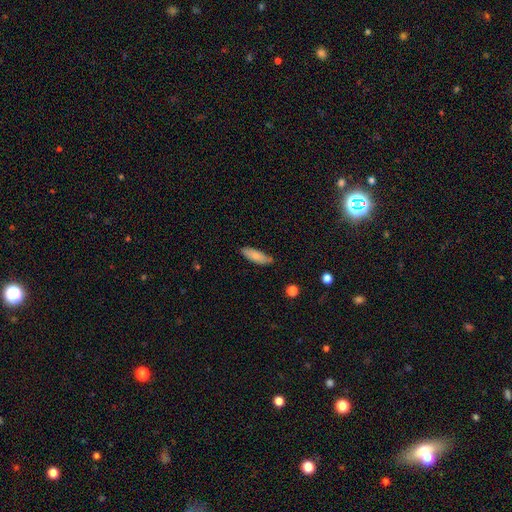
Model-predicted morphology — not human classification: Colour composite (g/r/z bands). It shows a smooth galaxy with no disk features (82%) that is in between round and cigar-shaped (56%). Merging: none (74%).